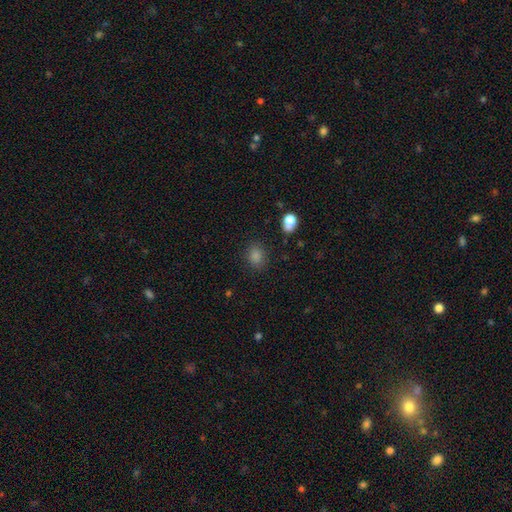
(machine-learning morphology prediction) Smooth or featured?
  - smooth: 79% *
  - star or artifact: 16%
  - featured or disk: 5%
How rounded?
  - round: 58% *
  - in between: 41%
  - cigar-shaped: 1%
Merging?
  - none: 86% *
  - minor disturbance: 10%
  - major disturbance: 3%
  - merger: 2%